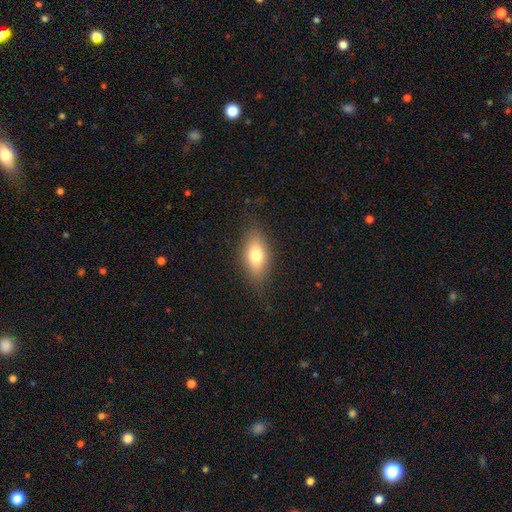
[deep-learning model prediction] smooth 74%, featured or disk 17%, star or artifact 9%. Down the decision tree: how rounded — in between (85%); merging — none (81%).